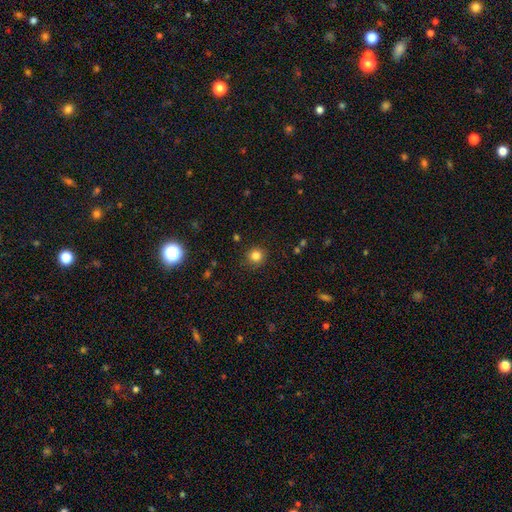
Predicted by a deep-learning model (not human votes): A smooth galaxy with no disk features (83%) that is round (92%).

Vote fractions:
- Smooth or featured? smooth: 83% / star or artifact: 12% / featured or disk: 5%
- How rounded? round: 92% / in between: 7% / cigar-shaped: 1%
- Merging? none: 89% / minor disturbance: 8% / major disturbance: 2% / merger: 1%